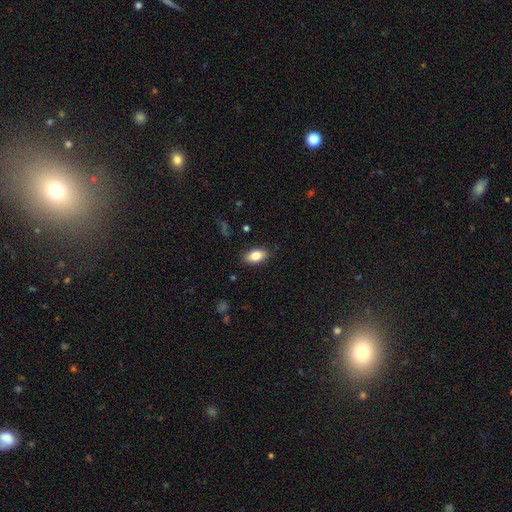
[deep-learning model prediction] Smooth or featured? smooth (83%)
How rounded? in between (91%)
Merging? none (86%)